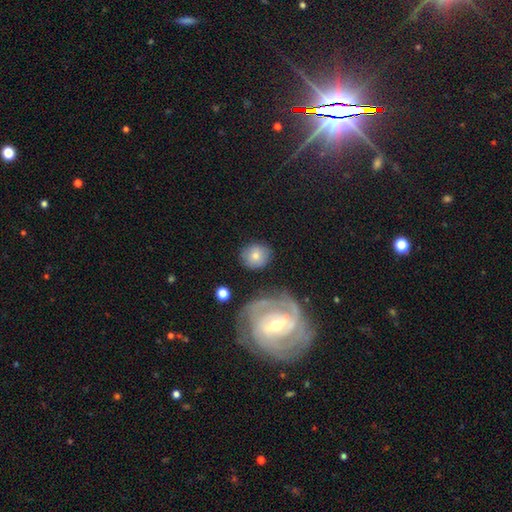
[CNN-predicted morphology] Q: Smooth or featured?
A: smooth (70%); runner-up: featured or disk (22%)
Q: How rounded?
A: round (80%); runner-up: in between (19%)
Q: Merging?
A: none (78%); runner-up: minor disturbance (12%)